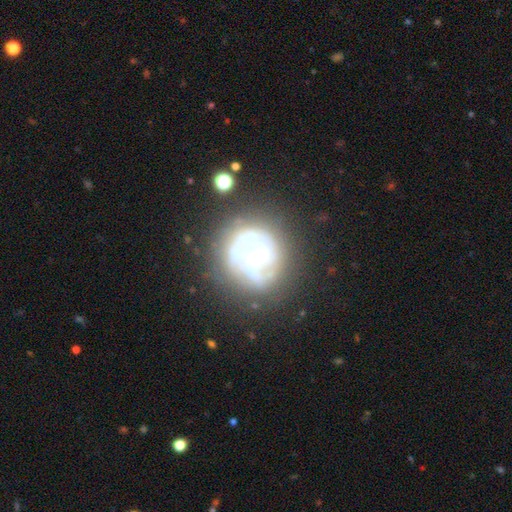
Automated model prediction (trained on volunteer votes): Morphology: type=featured or disk (72%); edge-on=no (97%); bar=no (45%); spiral arms=no (56%); bulge=moderate (57%); merging=none (55%).